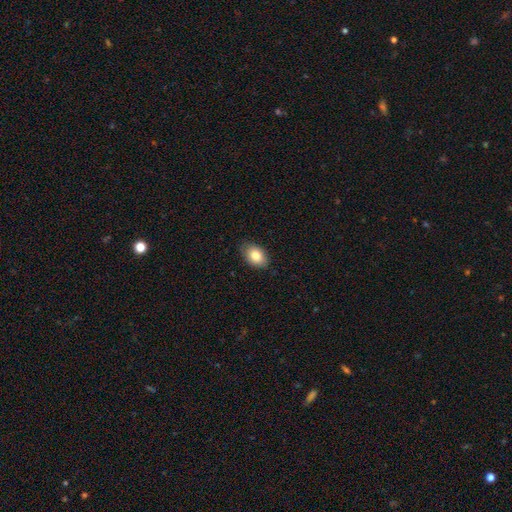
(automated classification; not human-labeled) smooth-or-featured: smooth: 83% | featured or disk: 9% | star or artifact: 7%
  how-rounded: in between: 85% | round: 14% | cigar-shaped: 1%
  merging: none: 83% | minor disturbance: 14% | major disturbance: 2% | merger: 1%